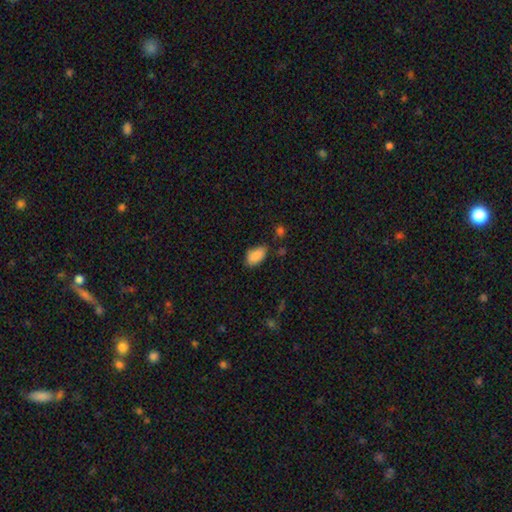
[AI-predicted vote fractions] This appears to be a smooth galaxy with no disk features (87%) that is in between round and cigar-shaped (92%). Merging: none (67%).